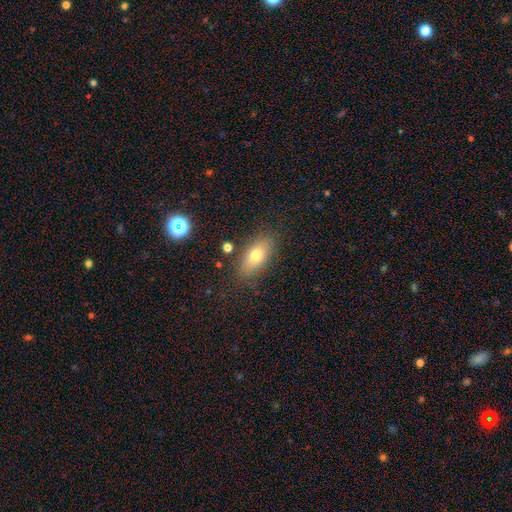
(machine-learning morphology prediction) Smooth or featured?
  - smooth: 72% *
  - featured or disk: 18%
  - star or artifact: 9%
How rounded?
  - in between: 83% *
  - cigar-shaped: 11%
  - round: 6%
Merging?
  - none: 82% *
  - minor disturbance: 12%
  - major disturbance: 3%
  - merger: 3%